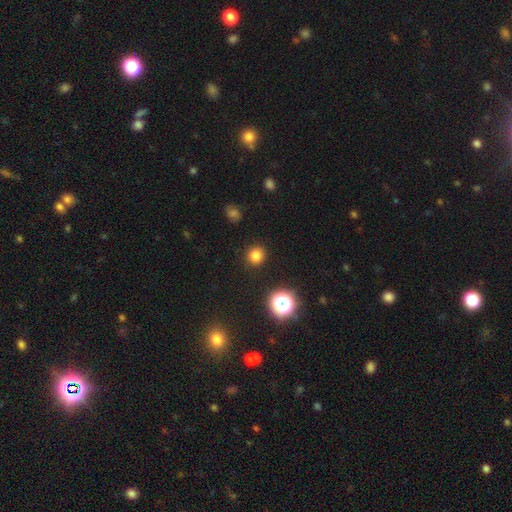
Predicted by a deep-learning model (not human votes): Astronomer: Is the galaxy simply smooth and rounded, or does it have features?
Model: smooth — 80%.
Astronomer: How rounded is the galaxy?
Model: round — 92%.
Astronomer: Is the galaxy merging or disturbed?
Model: none — 91%.